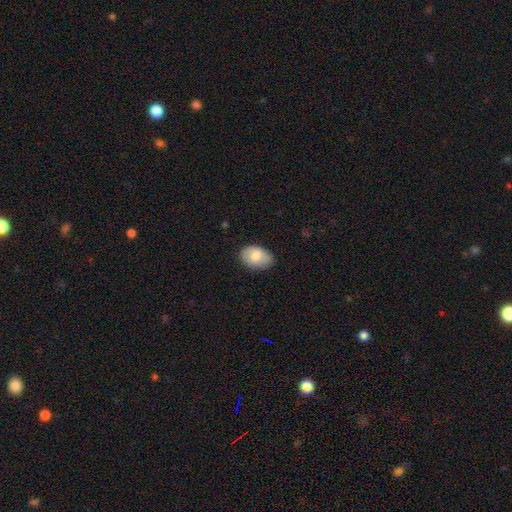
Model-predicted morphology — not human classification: Q: Smooth or featured?
A: smooth (81%); runner-up: featured or disk (13%)
Q: How rounded?
A: in between (83%); runner-up: round (16%)
Q: Merging?
A: none (76%); runner-up: minor disturbance (19%)